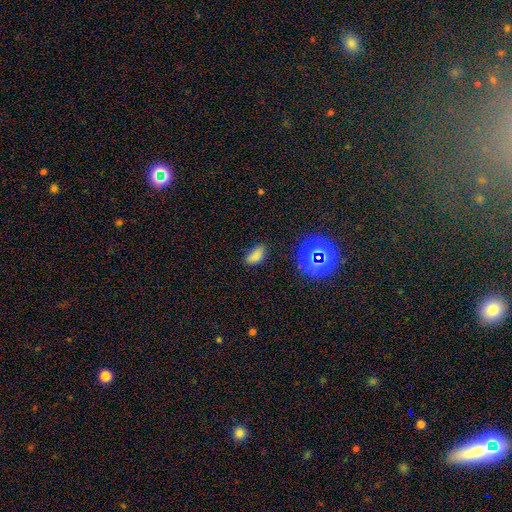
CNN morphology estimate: Q: Smooth or featured?
A: smooth (73%); runner-up: star or artifact (20%)
Q: How rounded?
A: in between (88%); runner-up: round (6%)
Q: Merging?
A: none (76%); runner-up: minor disturbance (17%)